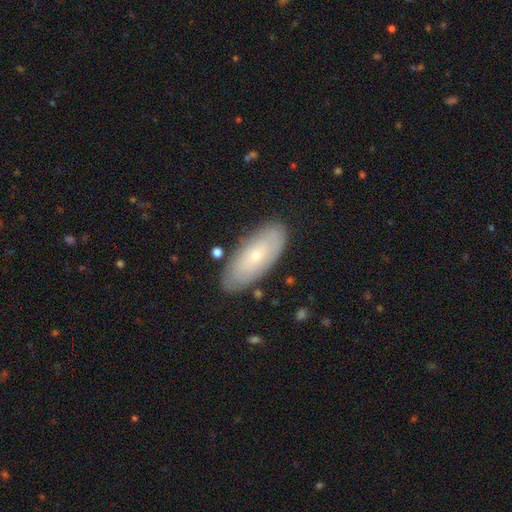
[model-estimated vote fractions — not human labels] This is possibly a featured or disk galaxy (47%). Merging: clearly none (83%).